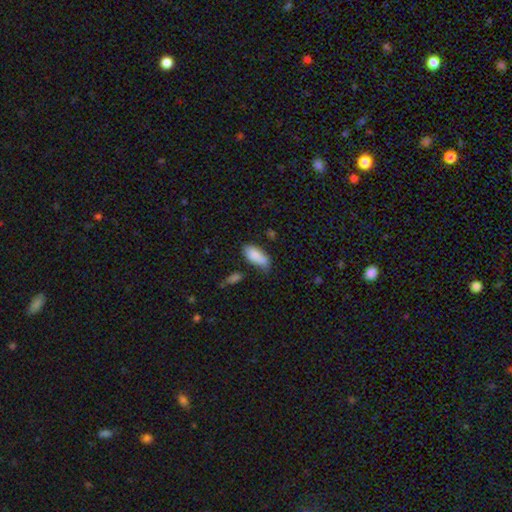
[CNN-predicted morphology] Q: Smooth or featured?
A: smooth (84%); runner-up: featured or disk (9%)
Q: How rounded?
A: in between (87%); runner-up: cigar-shaped (11%)
Q: Merging?
A: none (55%); runner-up: minor disturbance (28%)